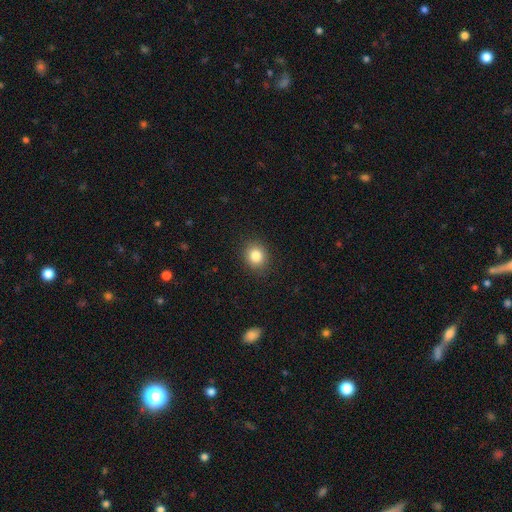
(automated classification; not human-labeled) This appears to be a smooth galaxy with no disk features (83%) that is round (74%). Merging: none (89%).